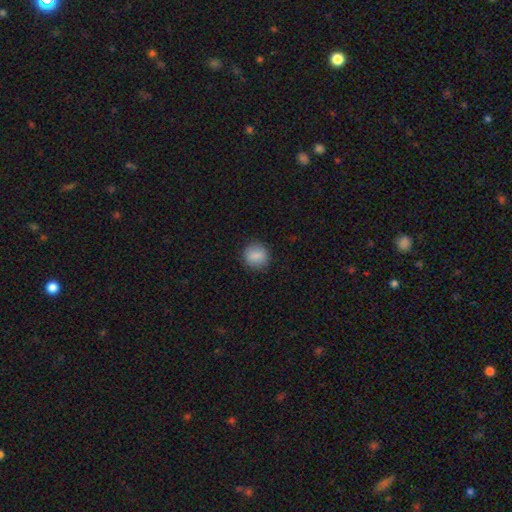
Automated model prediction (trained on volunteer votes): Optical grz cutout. It shows a smooth galaxy with no disk features (85%) that is round (83%). Merging: none (87%).